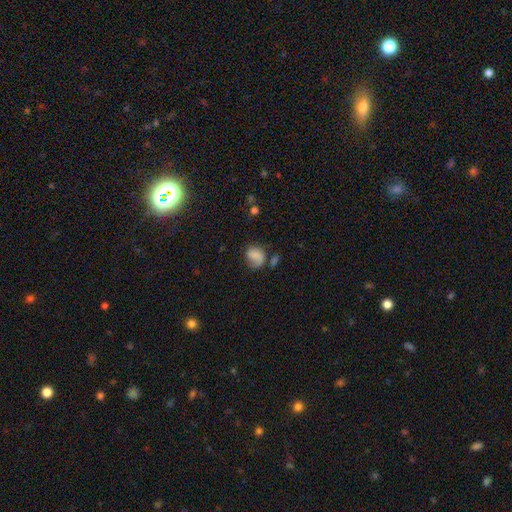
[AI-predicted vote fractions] A smooth galaxy with no disk features (66%) that is round (53%). Merging: none (44%).